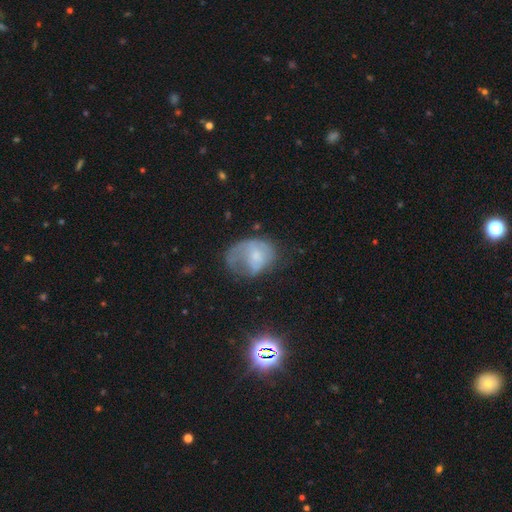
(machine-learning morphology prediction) A smooth galaxy with no disk features (46%). Merging: major disturbance (44%).